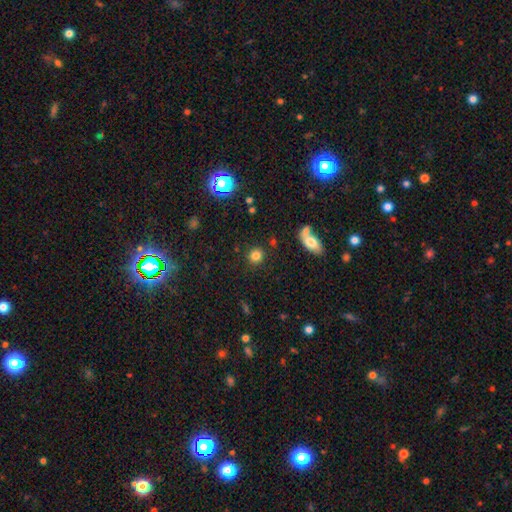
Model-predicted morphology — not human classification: Smooth or featured? smooth (81%)
How rounded? round (83%)
Merging? none (85%)